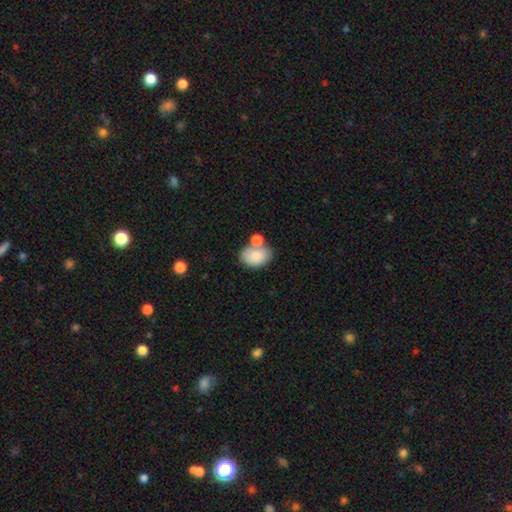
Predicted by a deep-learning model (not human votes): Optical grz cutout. It shows a smooth galaxy with no disk features (83%) that is in between round and cigar-shaped (84%). Merging: none (50%).